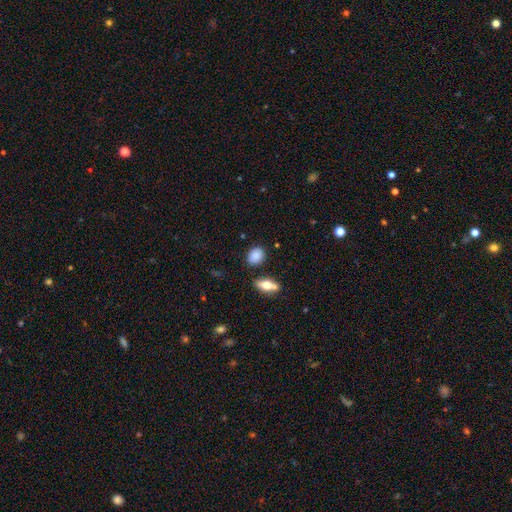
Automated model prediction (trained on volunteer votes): Q: Smooth or featured?
A: smooth (85%); runner-up: star or artifact (8%)
Q: How rounded?
A: in between (50%); runner-up: round (47%)
Q: Merging?
A: none (81%); runner-up: minor disturbance (12%)